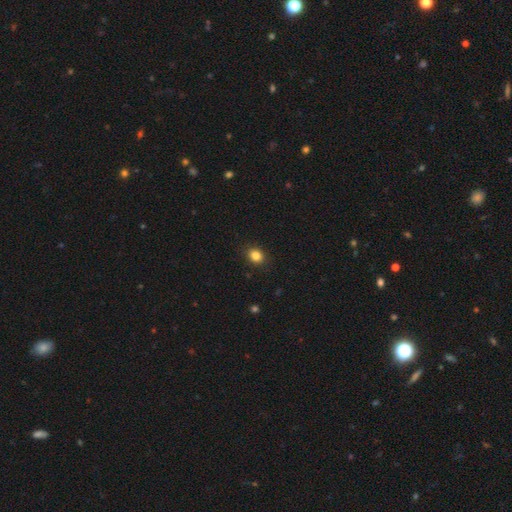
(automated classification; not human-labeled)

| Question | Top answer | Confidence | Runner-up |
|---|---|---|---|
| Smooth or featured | smooth | 85% | star or artifact (11%) |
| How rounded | round | 50% | in between (49%) |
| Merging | none | 88% | minor disturbance (8%) |